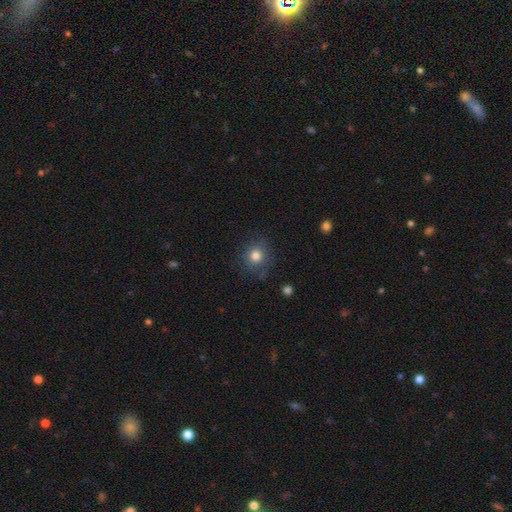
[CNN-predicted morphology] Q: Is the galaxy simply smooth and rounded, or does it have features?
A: smooth — 80%.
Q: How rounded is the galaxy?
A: round — 85%.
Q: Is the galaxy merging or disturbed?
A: none — 81%.